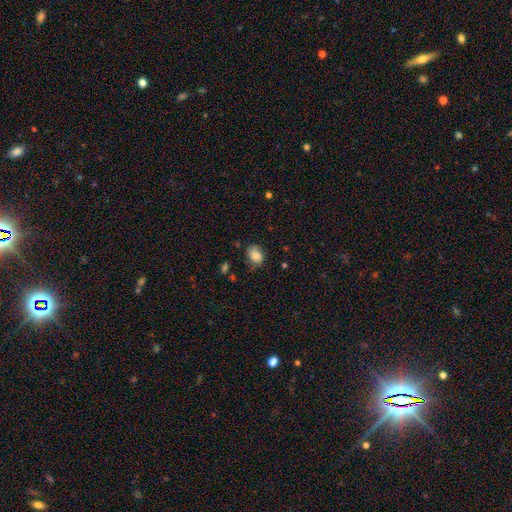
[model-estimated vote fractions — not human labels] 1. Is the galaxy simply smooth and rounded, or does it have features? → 82% smooth, 9% star or artifact, 9% featured or disk.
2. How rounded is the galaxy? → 71% in between, 27% round, 1% cigar-shaped.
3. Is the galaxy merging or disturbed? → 62% none, 28% minor disturbance, 8% major disturbance, 2% merger.